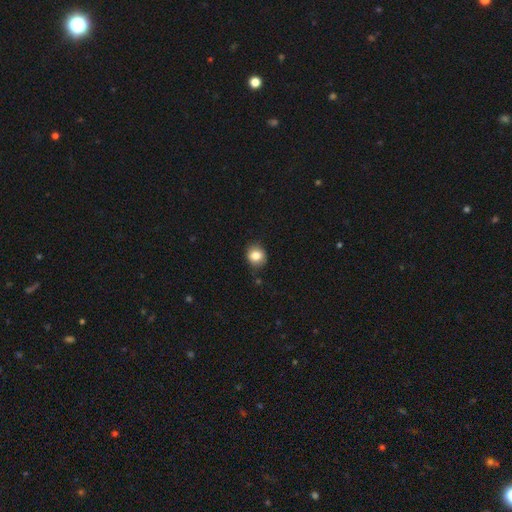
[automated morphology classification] Q: Smooth or featured?
A: smooth (81%); runner-up: star or artifact (10%)
Q: How rounded?
A: round (75%); runner-up: in between (24%)
Q: Merging?
A: none (80%); runner-up: minor disturbance (15%)